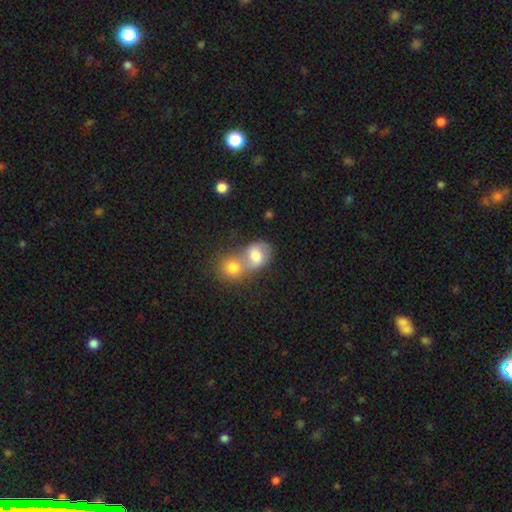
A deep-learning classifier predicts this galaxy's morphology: Smooth or featured: smooth — 67% (featured or disk — 23%)
How rounded: in between — 53% (round — 45%)
Merging: merger — 67% (none — 21%)